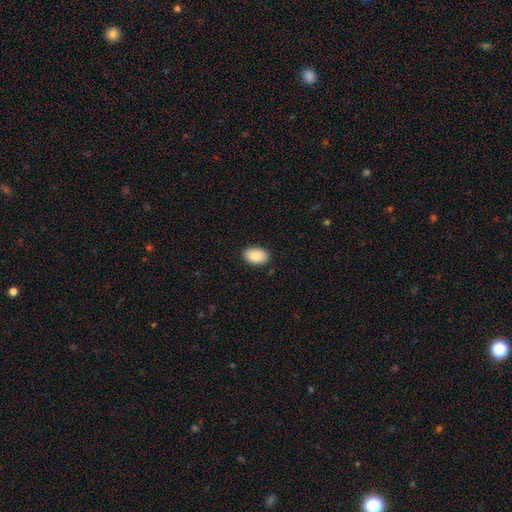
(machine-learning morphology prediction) Smooth or featured?
  - smooth: 87% *
  - star or artifact: 7%
  - featured or disk: 6%
How rounded?
  - in between: 88% *
  - round: 11%
  - cigar-shaped: 1%
Merging?
  - none: 89% *
  - minor disturbance: 8%
  - major disturbance: 2%
  - merger: 1%